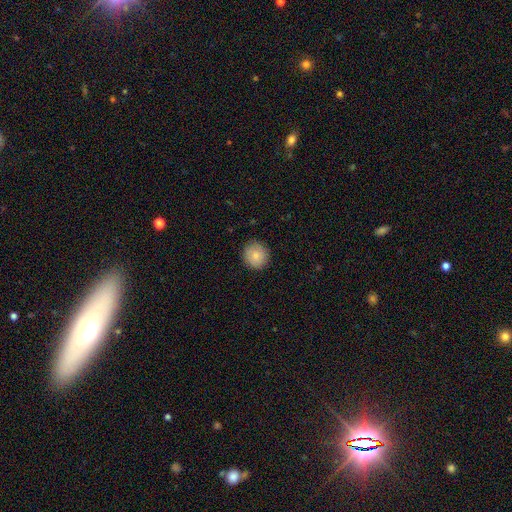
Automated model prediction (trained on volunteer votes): Smooth or featured? smooth (80%)
How rounded? round (92%)
Merging? none (88%)